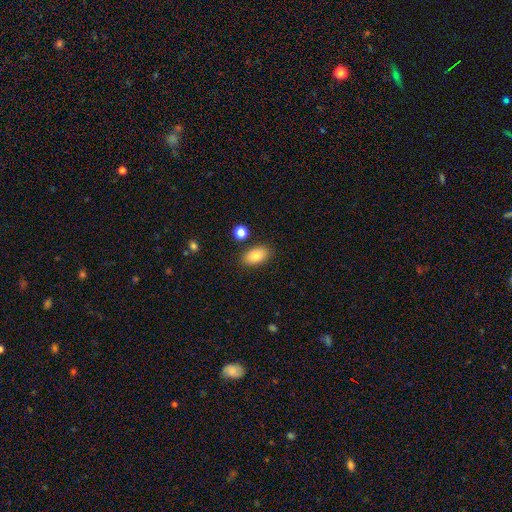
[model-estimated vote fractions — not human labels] This appears to be a smooth galaxy with no disk features (83%) that is in between round and cigar-shaped (91%). Merging: none (85%).